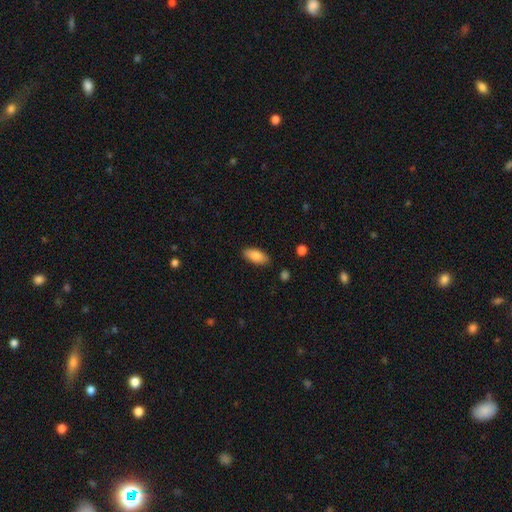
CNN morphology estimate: smooth_or_featured: smooth (p=0.86) [alt: featured or disk p=0.08]
how_rounded: in between (p=0.87) [alt: cigar-shaped p=0.10]
merging: none (p=0.86) [alt: minor disturbance p=0.10]